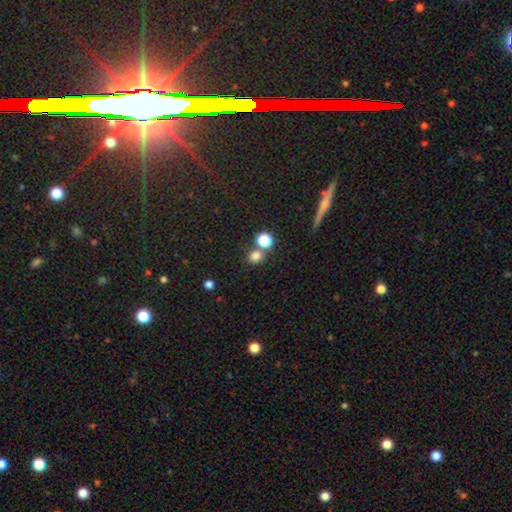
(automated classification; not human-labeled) smooth-or-featured: smooth: 77% | star or artifact: 17% | featured or disk: 6%
  how-rounded: round: 84% | in between: 15% | cigar-shaped: 1%
  merging: none: 64% | merger: 25% | minor disturbance: 8% | major disturbance: 4%